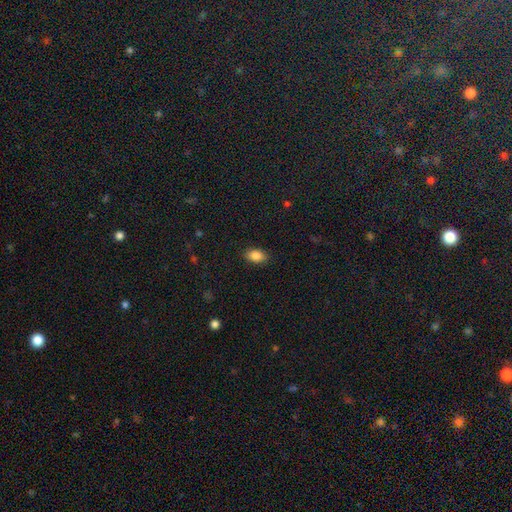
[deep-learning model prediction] This is clearly a smooth galaxy (86%). How rounded: clearly in between (88%). Merging: clearly none (88%).